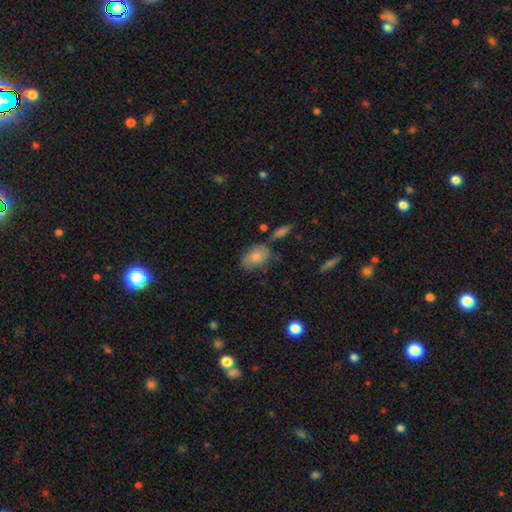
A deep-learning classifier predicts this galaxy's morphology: Smooth or featured? smooth (81%)
How rounded? in between (84%)
Merging? none (66%)